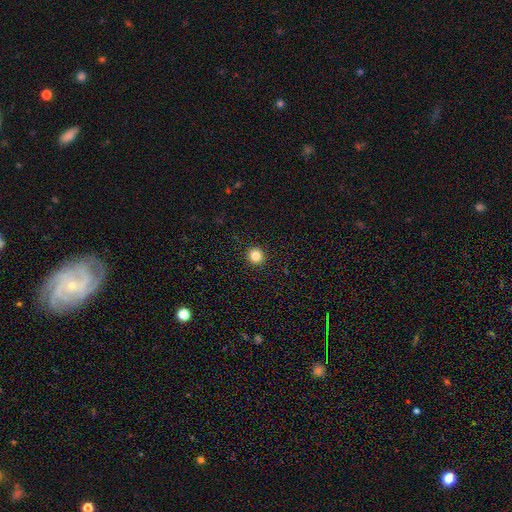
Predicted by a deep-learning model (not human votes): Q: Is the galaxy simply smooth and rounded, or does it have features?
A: smooth — 83%.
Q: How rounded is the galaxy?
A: round — 94%.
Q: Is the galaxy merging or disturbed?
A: none — 93%.